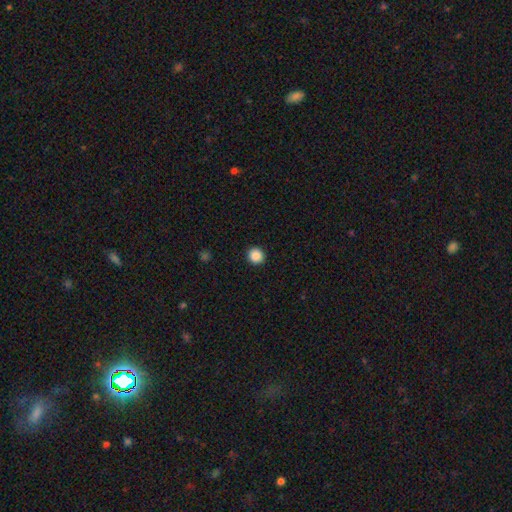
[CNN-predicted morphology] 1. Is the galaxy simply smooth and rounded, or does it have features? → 88% smooth, 10% star or artifact, 2% featured or disk.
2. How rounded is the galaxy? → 94% round, 5% in between, 1% cigar-shaped.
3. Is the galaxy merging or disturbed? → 93% none, 4% minor disturbance, 2% major disturbance, 1% merger.